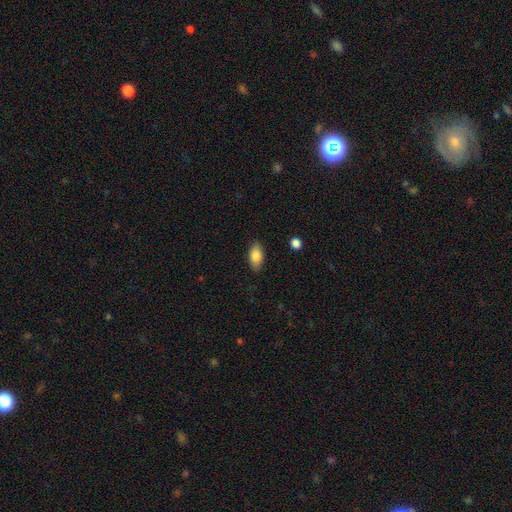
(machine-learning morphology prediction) A smooth galaxy with no disk features (85%) that is in between round and cigar-shaped (92%).

Vote fractions:
- Smooth or featured? smooth: 85% / featured or disk: 8% / star or artifact: 7%
- How rounded? in between: 92% / cigar-shaped: 5% / round: 3%
- Merging? none: 87% / minor disturbance: 10% / major disturbance: 2% / merger: 1%